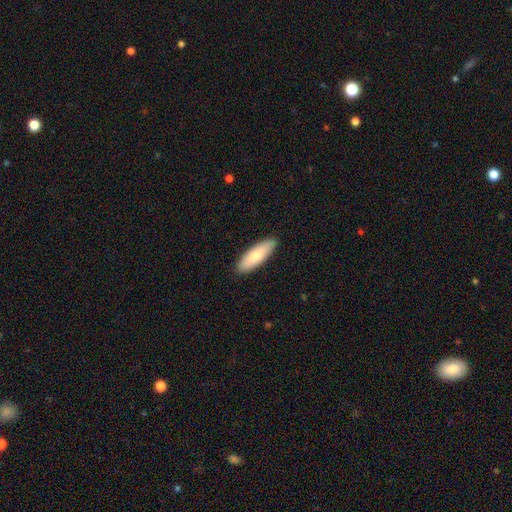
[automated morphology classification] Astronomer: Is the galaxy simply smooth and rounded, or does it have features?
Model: smooth — 77%.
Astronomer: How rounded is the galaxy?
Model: in between — 53% (runner-up: cigar-shaped, 45%).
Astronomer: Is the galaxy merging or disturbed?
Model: none — 89%.